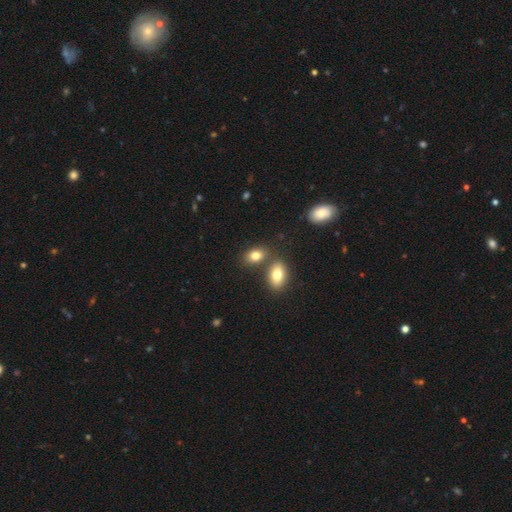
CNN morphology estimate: Smooth or featured: smooth — 80% (featured or disk — 10%)
How rounded: in between — 84% (round — 14%)
Merging: none — 63% (merger — 24%)